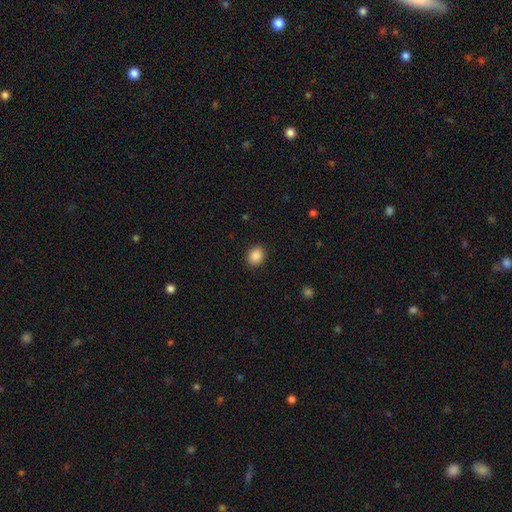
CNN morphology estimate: Smooth or featured: smooth — 88% (star or artifact — 9%)
How rounded: round — 59% (in between — 40%)
Merging: none — 90% (minor disturbance — 7%)